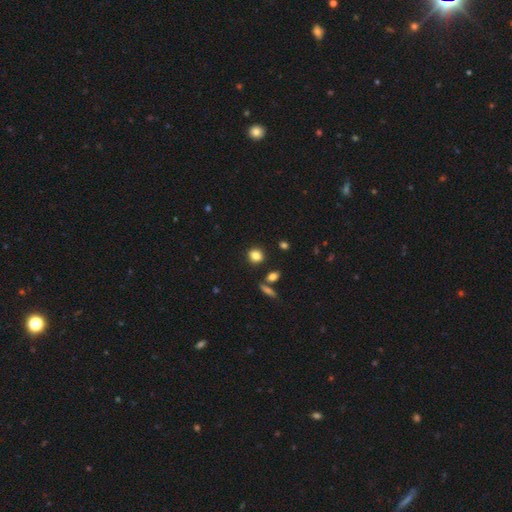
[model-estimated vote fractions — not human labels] smooth 83%, star or artifact 10%, featured or disk 7%. Down the decision tree: how rounded — round (64%); merging — none (84%).